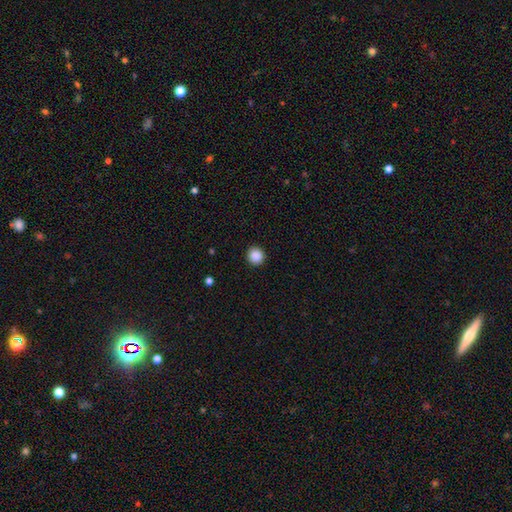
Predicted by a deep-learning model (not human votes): Smooth or featured? smooth (88%)
How rounded? round (94%)
Merging? none (92%)